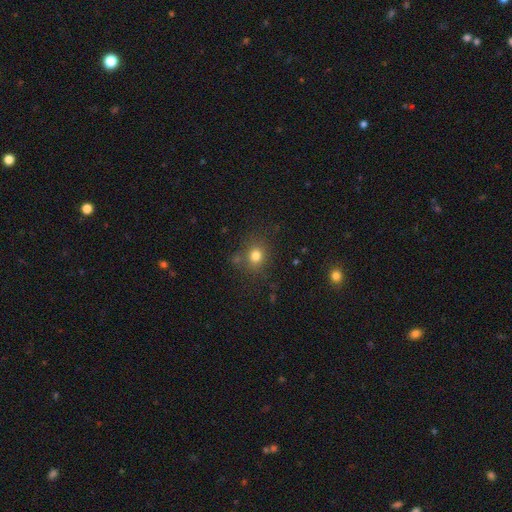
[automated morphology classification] smooth 77%, star or artifact 15%, featured or disk 8%. Down the decision tree: how rounded — round (70%); merging — none (75%).